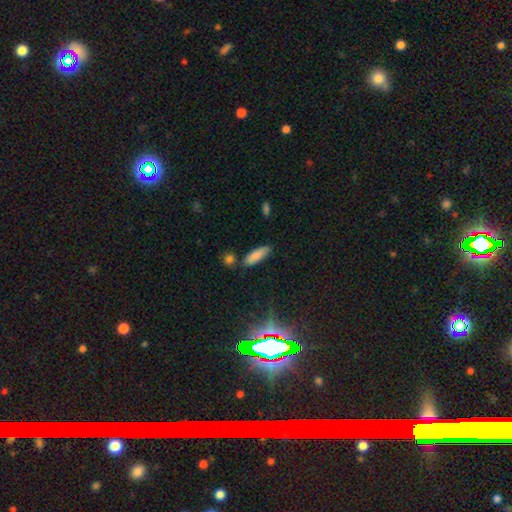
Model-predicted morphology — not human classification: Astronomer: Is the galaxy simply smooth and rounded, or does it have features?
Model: smooth — 85%.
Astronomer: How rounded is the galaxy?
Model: in between — 54% (runner-up: cigar-shaped, 44%).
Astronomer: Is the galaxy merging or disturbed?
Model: none — 80%.